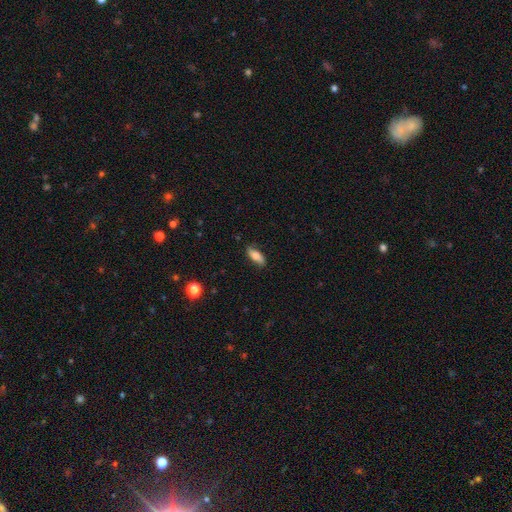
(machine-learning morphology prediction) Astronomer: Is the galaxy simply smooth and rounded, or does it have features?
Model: smooth — 69%.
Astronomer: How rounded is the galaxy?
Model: in between — 75%.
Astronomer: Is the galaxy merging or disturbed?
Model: none — 81%.